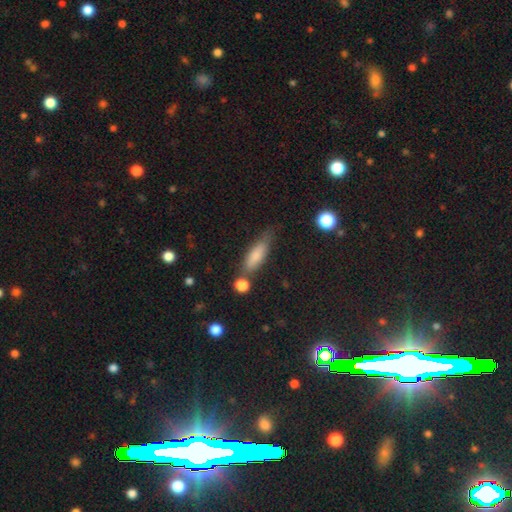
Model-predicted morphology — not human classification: A smooth galaxy with no disk features (77%) that is in between round and cigar-shaped (50%).

Vote fractions:
- Smooth or featured? smooth: 77% / featured or disk: 15% / star or artifact: 8%
- How rounded? in between: 50% / cigar-shaped: 47% / round: 3%
- Merging? none: 59% / minor disturbance: 24% / merger: 10% / major disturbance: 7%